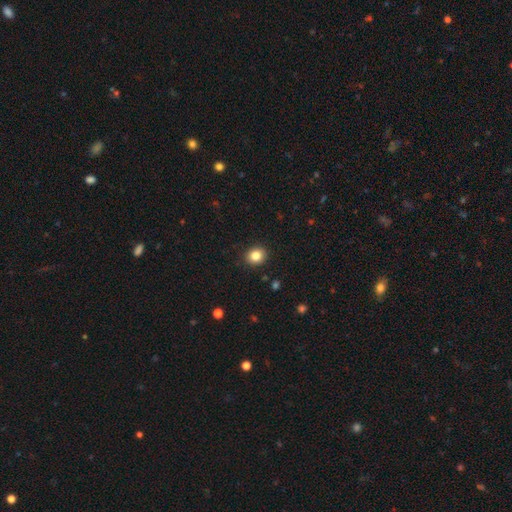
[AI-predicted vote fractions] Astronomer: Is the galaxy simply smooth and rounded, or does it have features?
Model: smooth — 83%.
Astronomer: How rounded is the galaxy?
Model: round — 78%.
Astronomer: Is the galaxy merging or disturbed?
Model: none — 91%.